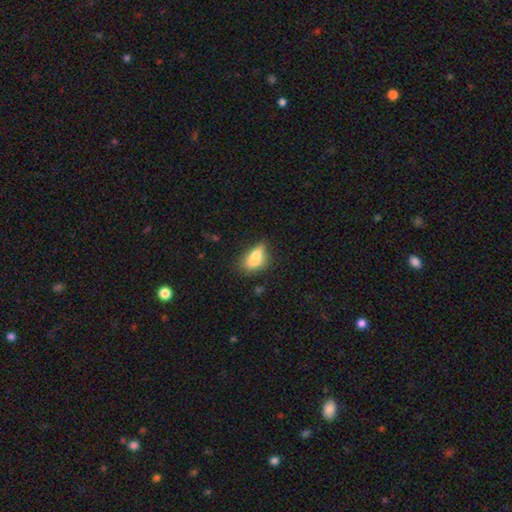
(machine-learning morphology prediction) type=smooth (72%); roundness=in between (81%); merging=none (45%).